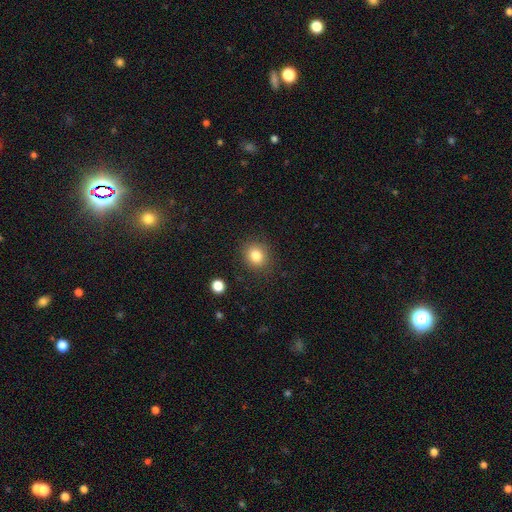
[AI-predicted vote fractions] The model was most divided on "how rounded": round: 79%, in between: 20%, cigar-shaped: 1%. More confident: merging — none (87%); smooth or featured — smooth (82%).